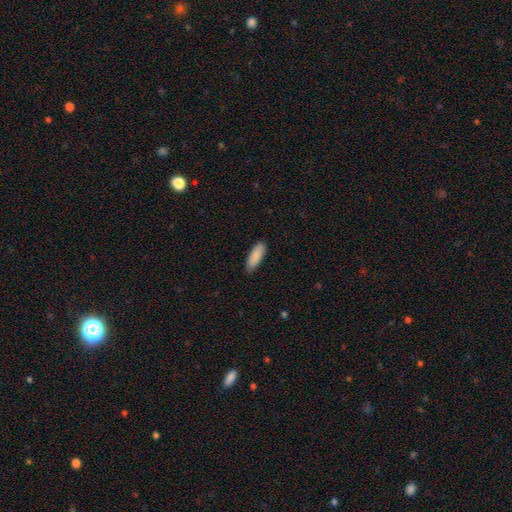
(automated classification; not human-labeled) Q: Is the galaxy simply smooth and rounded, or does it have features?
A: smooth — 89%.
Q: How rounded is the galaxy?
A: in between — 62%.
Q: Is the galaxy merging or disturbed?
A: none — 84%.